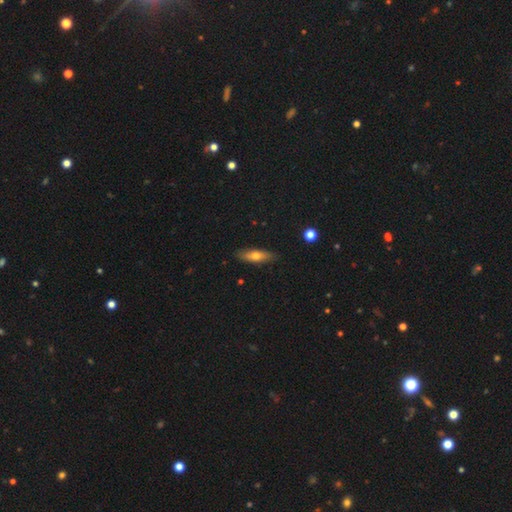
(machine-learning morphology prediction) type=smooth (60%); roundness=cigar-shaped (55%); merging=none (88%).